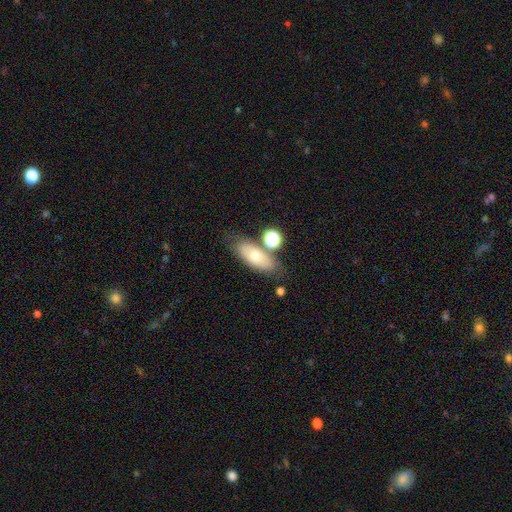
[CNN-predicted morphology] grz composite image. It shows a smooth galaxy with no disk features (61%) that is in between round and cigar-shaped (74%). Merging: none (67%).